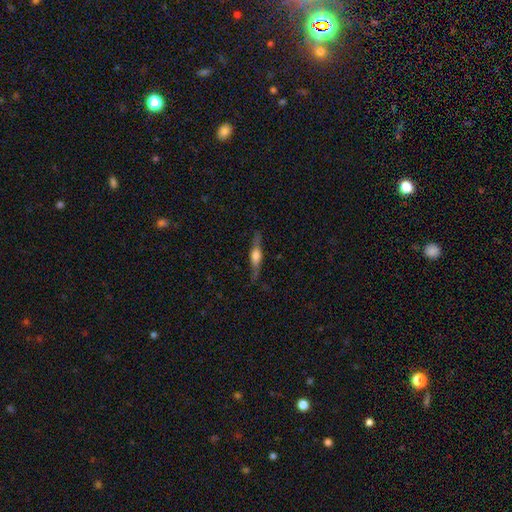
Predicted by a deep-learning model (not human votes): Smooth or featured?
  - featured or disk: 61% *
  - smooth: 32%
  - star or artifact: 6%
Edge-on disk?
  - yes: 94% *
  - no: 6%
Edge-on bulge?
  - rounded: 82% *
  - boxy: 14%
  - none: 4%
Merging?
  - none: 80% *
  - minor disturbance: 14%
  - major disturbance: 4%
  - merger: 1%